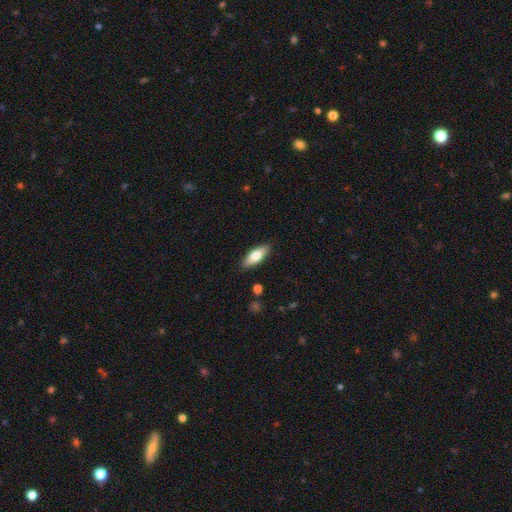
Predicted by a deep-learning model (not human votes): A smooth galaxy with no disk features (70%) that is in between round and cigar-shaped (69%).

Vote fractions:
- Smooth or featured? smooth: 70% / featured or disk: 24% / star or artifact: 6%
- How rounded? in between: 69% / cigar-shaped: 29% / round: 2%
- Merging? none: 88% / minor disturbance: 9% / major disturbance: 2% / merger: 1%